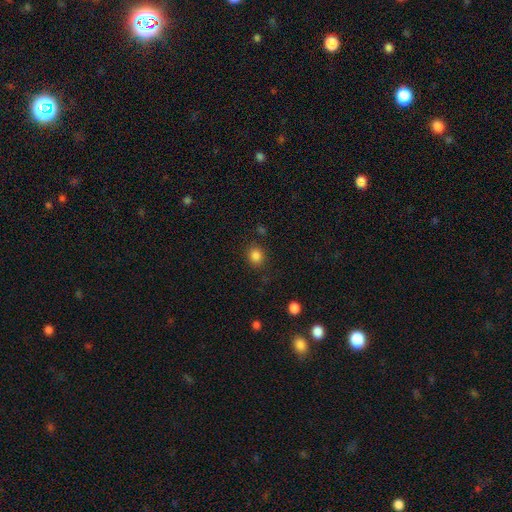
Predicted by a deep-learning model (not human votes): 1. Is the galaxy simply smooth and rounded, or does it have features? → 84% smooth, 11% star or artifact, 4% featured or disk.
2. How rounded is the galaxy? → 72% round, 27% in between, 1% cigar-shaped.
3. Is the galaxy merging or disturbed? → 84% none, 10% minor disturbance, 3% major disturbance, 2% merger.